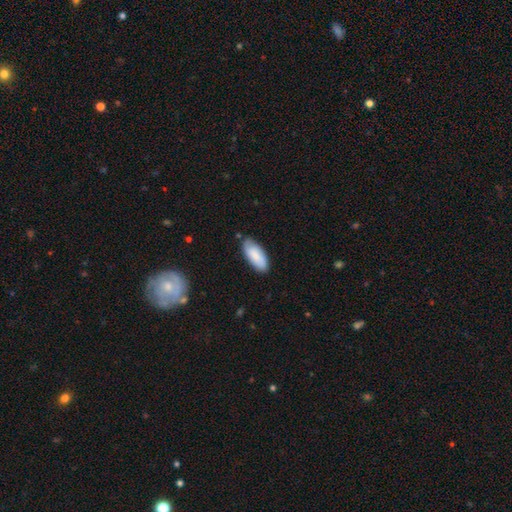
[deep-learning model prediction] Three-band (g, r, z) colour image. It shows a smooth galaxy with no disk features (82%) that is in between round and cigar-shaped (88%). Merging: none (80%).